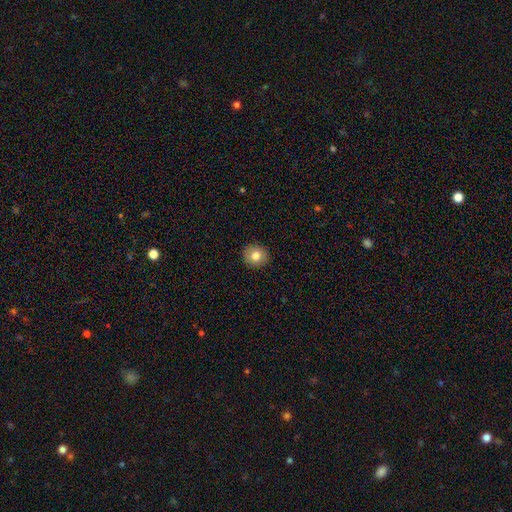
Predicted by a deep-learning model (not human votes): smooth-or-featured: smooth: 80% | featured or disk: 11% | star or artifact: 9%
  how-rounded: round: 85% | in between: 14% | cigar-shaped: 1%
  merging: none: 92% | minor disturbance: 6% | major disturbance: 2% | merger: 1%